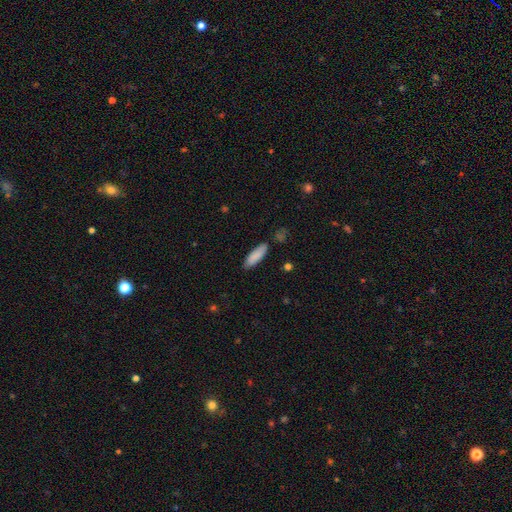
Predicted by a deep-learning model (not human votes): Smooth or featured? smooth (87%)
How rounded? in between (50%)
Merging? none (82%)